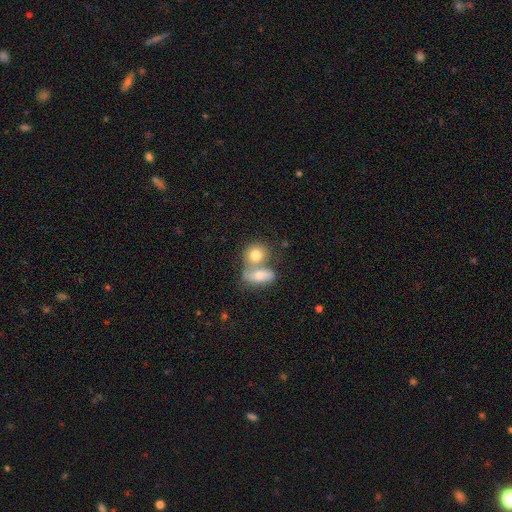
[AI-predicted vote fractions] A smooth galaxy with no disk features (74%) that is round (55%).

Vote fractions:
- Smooth or featured? smooth: 74% / featured or disk: 17% / star or artifact: 9%
- How rounded? round: 55% / in between: 42% / cigar-shaped: 3%
- Merging? merger: 58% / none: 31% / minor disturbance: 8% / major disturbance: 4%